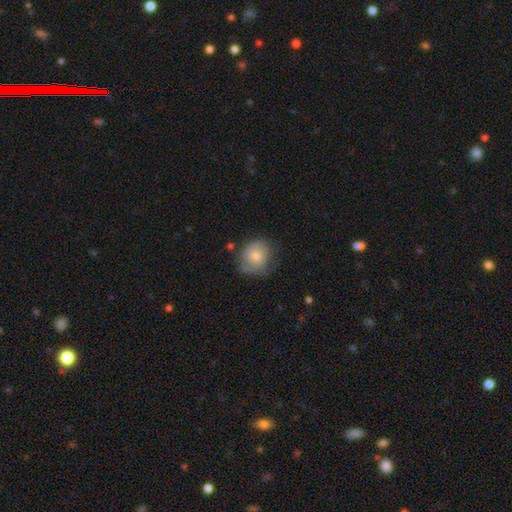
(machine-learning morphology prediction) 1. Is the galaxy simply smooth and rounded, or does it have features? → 73% smooth, 19% featured or disk, 8% star or artifact.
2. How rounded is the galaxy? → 80% round, 19% in between, 1% cigar-shaped.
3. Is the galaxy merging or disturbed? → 63% none, 26% minor disturbance, 8% major disturbance, 3% merger.